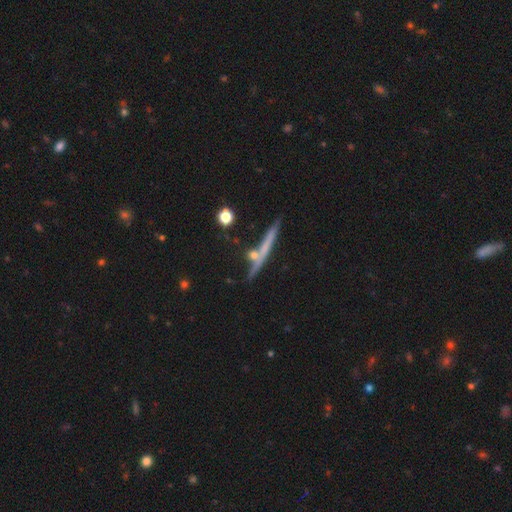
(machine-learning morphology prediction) Smooth or featured? featured or disk (45%)
Merging? none (61%)